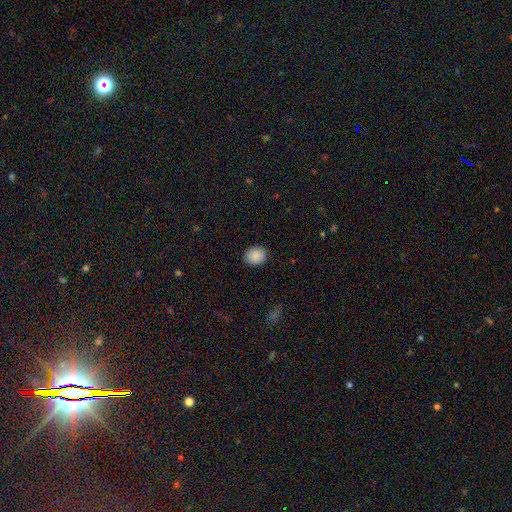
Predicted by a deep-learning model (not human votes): Overall: smooth (88%). How rounded: round (67%; in between 32%). Merging: none (89%).